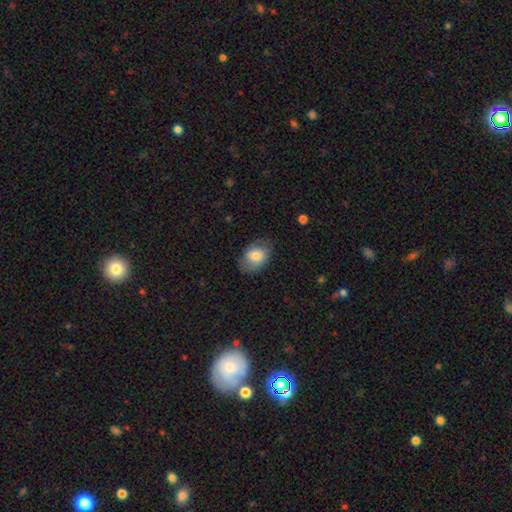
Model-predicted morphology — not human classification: Smooth or featured? Predicted: smooth (p=0.77). How rounded? Predicted: in between (p=0.74). Merging? Predicted: none (p=0.71).